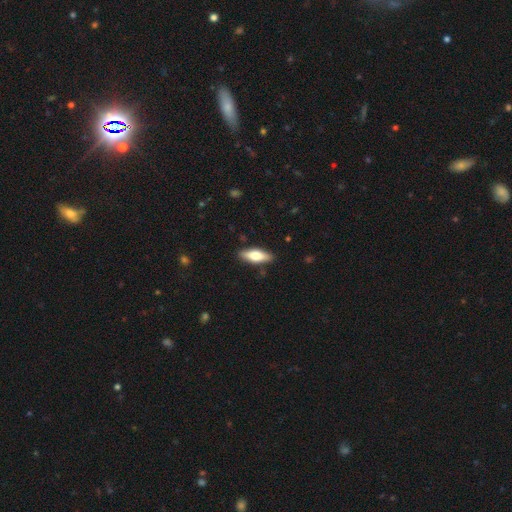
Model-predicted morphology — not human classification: Overall: smooth (64%; featured or disk 30%). How rounded: in between (60%; cigar-shaped 37%). Merging: none (87%).